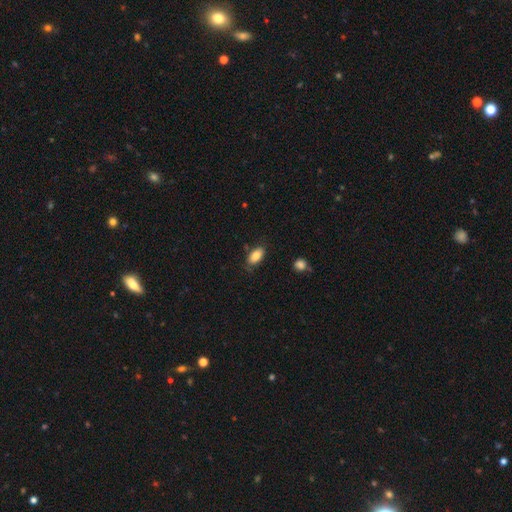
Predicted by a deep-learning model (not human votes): This appears to be a smooth galaxy with no disk features (84%) that is in between round and cigar-shaped (92%). Merging: none (77%).